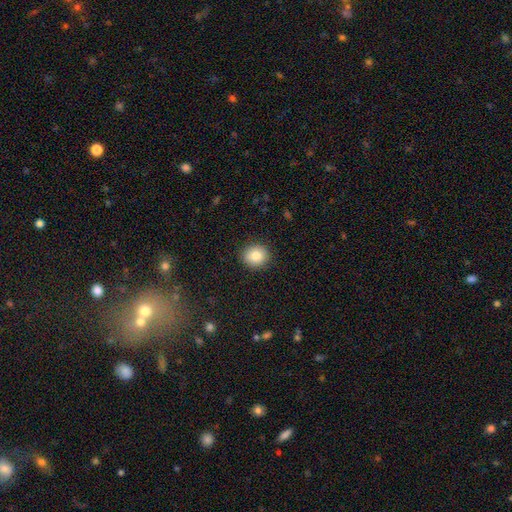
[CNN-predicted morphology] Q: Smooth or featured?
A: smooth (83%); runner-up: star or artifact (9%)
Q: How rounded?
A: round (83%); runner-up: in between (16%)
Q: Merging?
A: none (90%); runner-up: minor disturbance (7%)